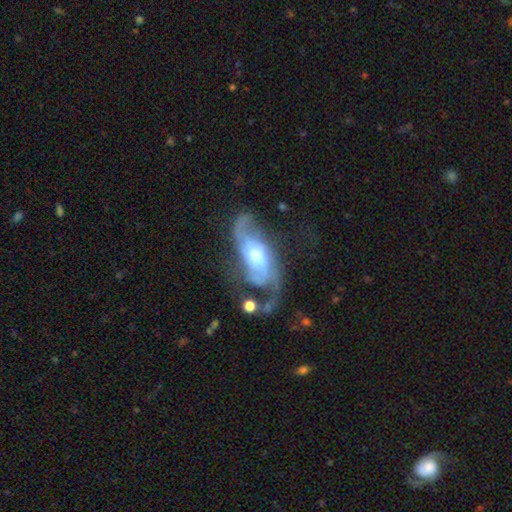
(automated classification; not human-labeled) Smooth or featured? Predicted: featured or disk (p=0.83). Edge-on disk? Predicted: no (p=0.92). Bar? Predicted: no (p=0.51). Spiral arms? Predicted: yes (p=0.93). Spiral winding? Predicted: medium (p=0.42). Spiral arm count? Predicted: 2 (p=0.67). Bulge size? Predicted: moderate (p=0.59). Merging? Predicted: none (p=0.44).